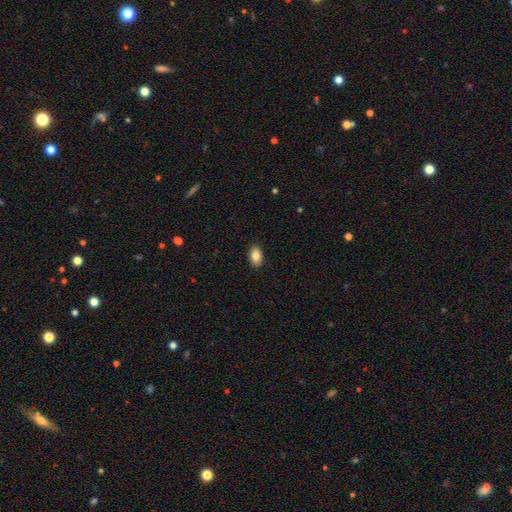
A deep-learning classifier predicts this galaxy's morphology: Q: Smooth or featured?
A: smooth (85%); runner-up: featured or disk (8%)
Q: How rounded?
A: in between (90%); runner-up: round (9%)
Q: Merging?
A: none (89%); runner-up: minor disturbance (8%)